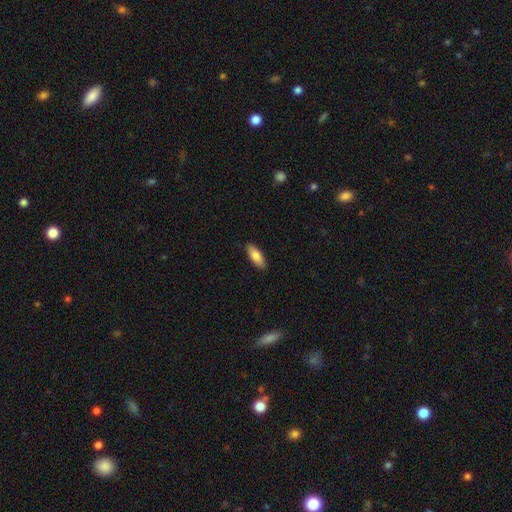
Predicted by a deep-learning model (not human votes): smooth_or_featured: smooth (p=0.81) [alt: featured or disk p=0.13]
how_rounded: in between (p=0.73) [alt: cigar-shaped p=0.25]
merging: none (p=0.89) [alt: minor disturbance p=0.09]